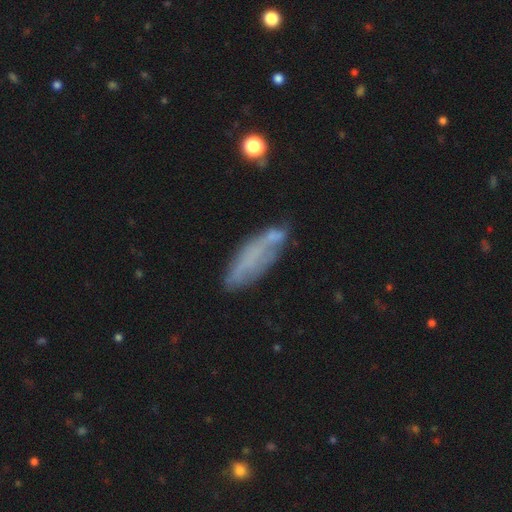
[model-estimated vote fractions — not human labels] This appears to be a smooth galaxy with no disk features (48%). Merging: none (58%).